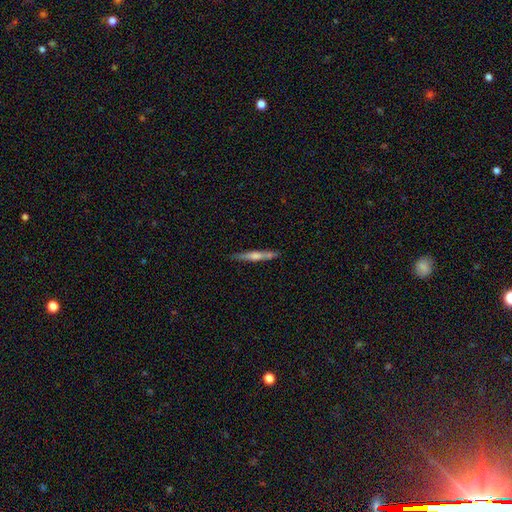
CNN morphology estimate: A featured or disk galaxy (64%) viewed edge-on (96%) with a rounded central bulge (71%).

Vote fractions:
- Smooth or featured? featured or disk: 64% / smooth: 29% / star or artifact: 7%
- Edge-on disk? yes: 96% / no: 4%
- Edge-on bulge? rounded: 71% / none: 18% / boxy: 11%
- Merging? none: 84% / minor disturbance: 10% / merger: 4% / major disturbance: 2%